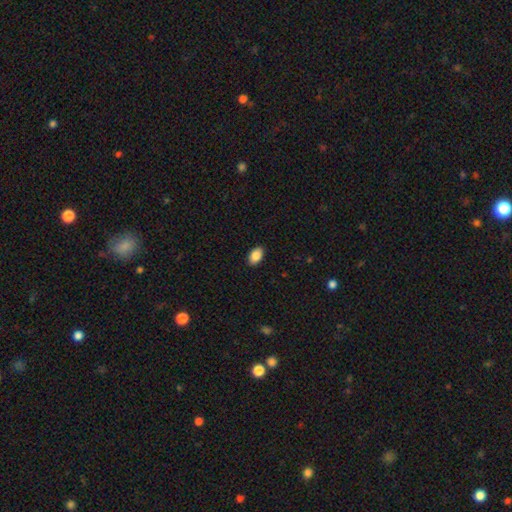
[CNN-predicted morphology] smooth 88%, star or artifact 8%, featured or disk 5%. Down the decision tree: how rounded — in between (91%); merging — none (90%).